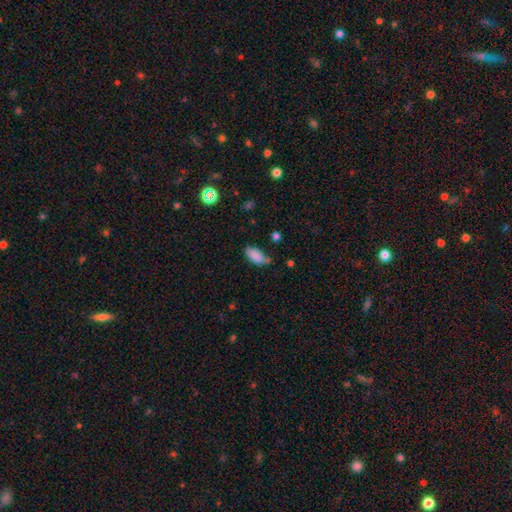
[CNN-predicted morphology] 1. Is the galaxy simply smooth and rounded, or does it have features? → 86% smooth, 8% star or artifact, 6% featured or disk.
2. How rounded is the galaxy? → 92% in between, 5% cigar-shaped, 3% round.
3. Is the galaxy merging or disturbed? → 57% none, 31% minor disturbance, 6% major disturbance, 5% merger.